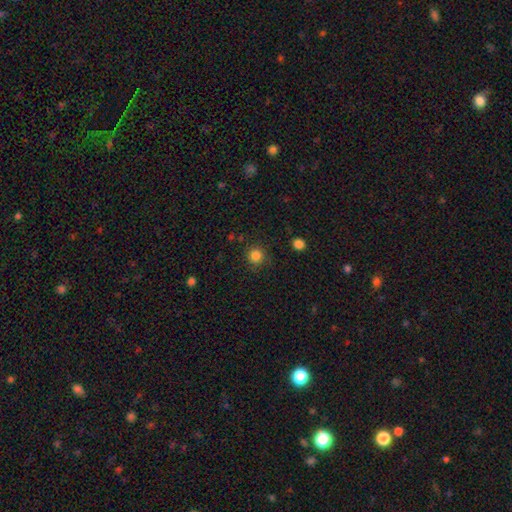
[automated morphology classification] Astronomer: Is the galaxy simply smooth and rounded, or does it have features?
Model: smooth — 83%.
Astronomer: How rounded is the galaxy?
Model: round — 93%.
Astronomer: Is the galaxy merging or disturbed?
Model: none — 87%.